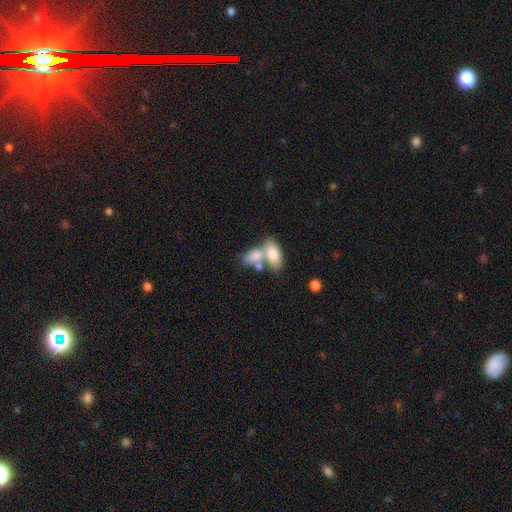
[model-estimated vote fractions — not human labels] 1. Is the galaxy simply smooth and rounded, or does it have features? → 77% smooth, 16% featured or disk, 7% star or artifact.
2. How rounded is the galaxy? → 88% in between, 6% cigar-shaped, 6% round.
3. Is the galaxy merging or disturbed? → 61% merger, 26% none, 8% minor disturbance, 5% major disturbance.